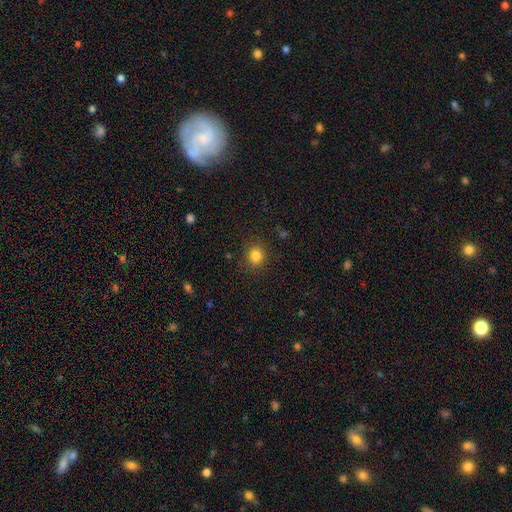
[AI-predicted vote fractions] smooth 83%, star or artifact 12%, featured or disk 5%. Down the decision tree: how rounded — round (82%); merging — none (88%).